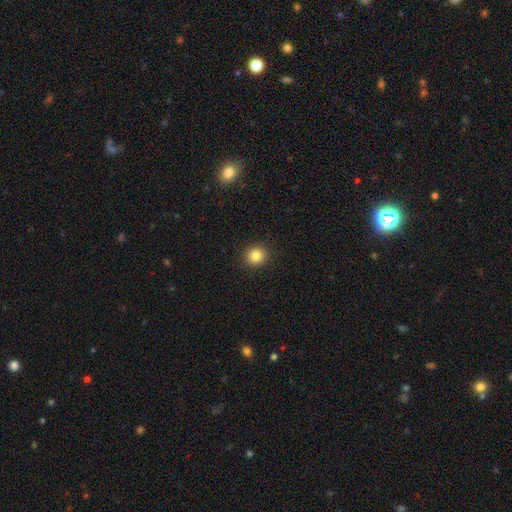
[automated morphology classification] type=smooth (84%); roundness=round (85%); merging=none (91%).